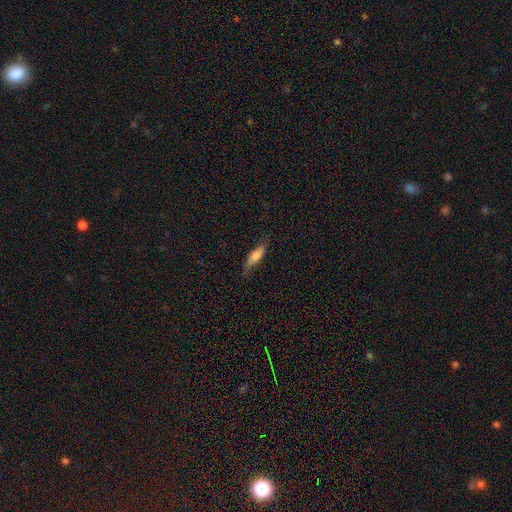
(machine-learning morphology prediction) Smooth or featured: smooth — 73% (featured or disk — 21%)
How rounded: in between — 52% (cigar-shaped — 46%)
Merging: none — 73% (minor disturbance — 21%)